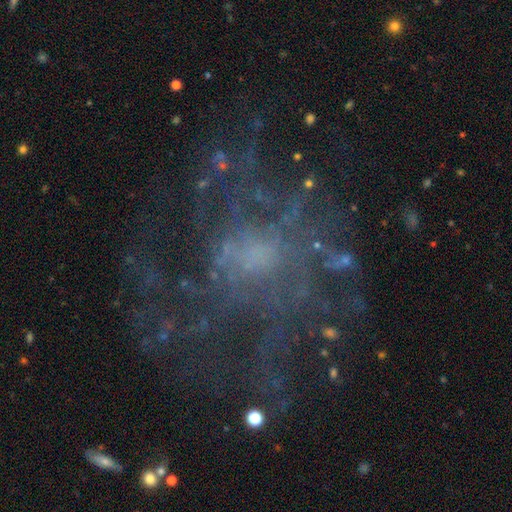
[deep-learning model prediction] Smooth or featured? Predicted: featured or disk (p=0.65). Edge-on disk? Predicted: no (p=0.97). Bar? Predicted: no (p=0.81). Spiral arms? Predicted: yes (p=0.50, tied with no). Bulge size? Predicted: small (p=0.40). Merging? Predicted: none (p=0.61).